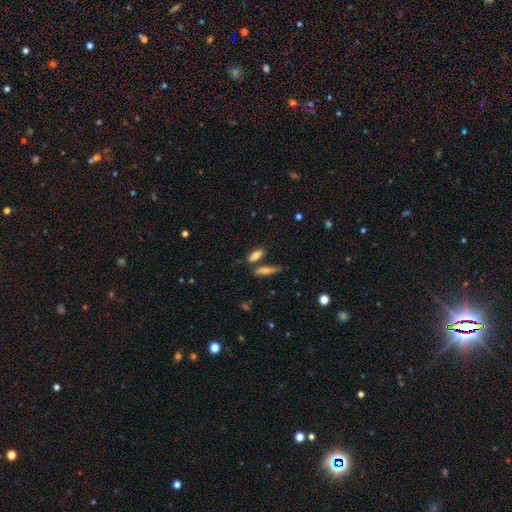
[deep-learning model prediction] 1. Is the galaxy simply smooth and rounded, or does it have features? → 74% smooth, 17% featured or disk, 9% star or artifact.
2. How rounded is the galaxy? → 59% in between, 38% cigar-shaped, 3% round.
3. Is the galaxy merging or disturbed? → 63% none, 19% merger, 14% minor disturbance, 4% major disturbance.